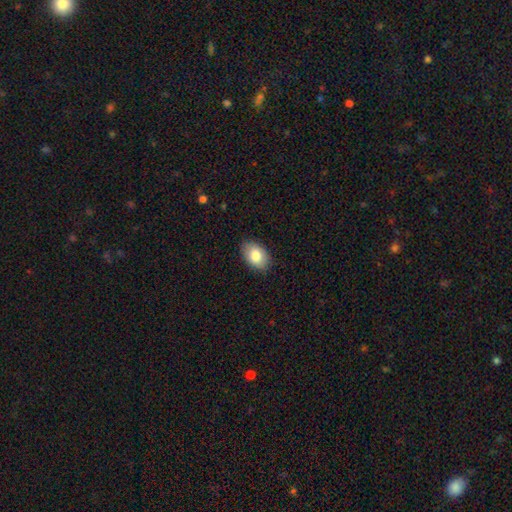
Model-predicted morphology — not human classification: smooth_or_featured: smooth (p=0.83) [alt: featured or disk p=0.10]
how_rounded: in between (p=0.88) [alt: round p=0.11]
merging: none (p=0.87) [alt: minor disturbance p=0.10]